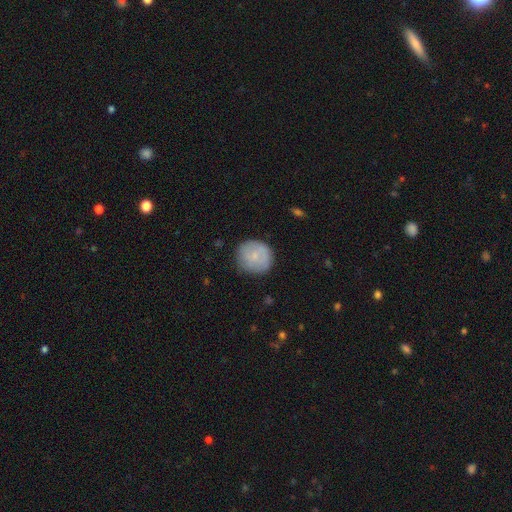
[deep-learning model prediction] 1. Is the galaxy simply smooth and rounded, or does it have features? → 72% smooth, 21% featured or disk, 7% star or artifact.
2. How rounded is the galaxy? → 91% round, 8% in between, 1% cigar-shaped.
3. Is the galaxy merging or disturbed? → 77% none, 17% minor disturbance, 4% major disturbance, 2% merger.